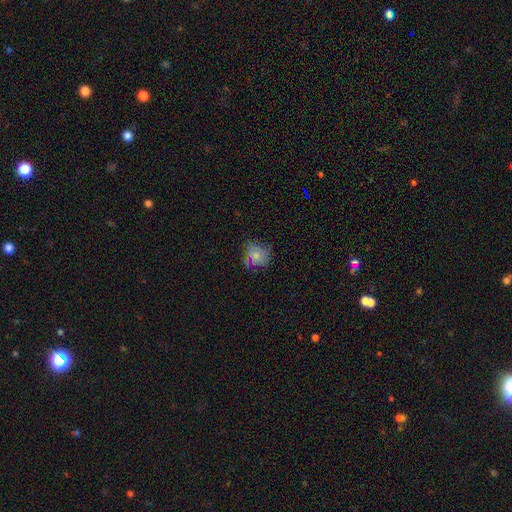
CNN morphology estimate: Q: Smooth or featured?
A: smooth (68%); runner-up: featured or disk (19%)
Q: How rounded?
A: round (73%); runner-up: in between (26%)
Q: Merging?
A: none (61%); runner-up: minor disturbance (26%)